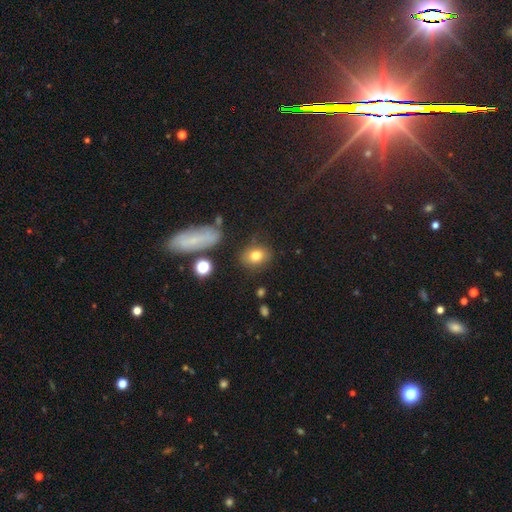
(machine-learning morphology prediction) A smooth galaxy with no disk features (77%) that is in between round and cigar-shaped (51%).

Vote fractions:
- Smooth or featured? smooth: 77% / star or artifact: 12% / featured or disk: 11%
- How rounded? in between: 51% / round: 47% / cigar-shaped: 2%
- Merging? none: 79% / minor disturbance: 12% / major disturbance: 4% / merger: 4%